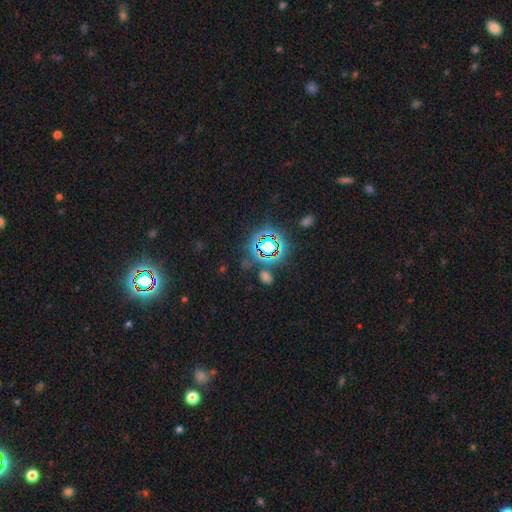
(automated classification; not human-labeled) Smooth or featured: star or artifact — 67% (smooth — 23%)